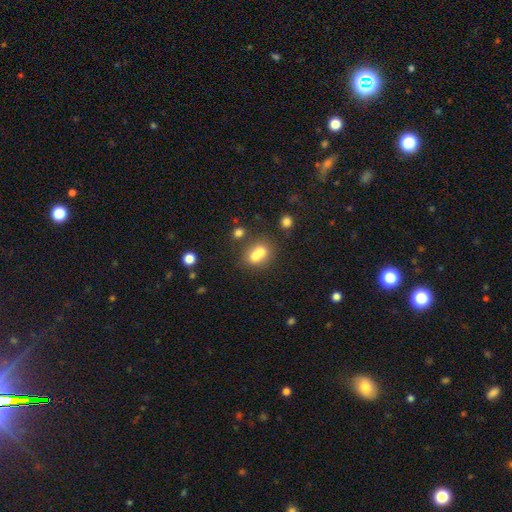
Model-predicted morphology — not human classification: smooth_or_featured: smooth (p=0.68) [alt: featured or disk p=0.19]
how_rounded: in between (p=0.50) [alt: round p=0.49]
merging: merger (p=0.60) [alt: none p=0.28]